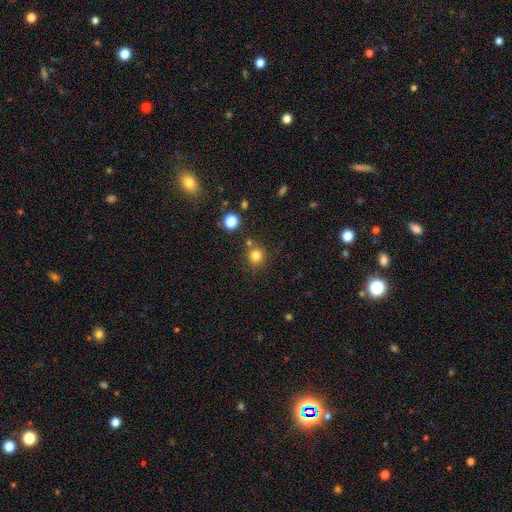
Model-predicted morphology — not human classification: A smooth galaxy with no disk features (80%) that is round (91%).

Vote fractions:
- Smooth or featured? smooth: 80% / star or artifact: 14% / featured or disk: 6%
- How rounded? round: 91% / in between: 9% / cigar-shaped: 1%
- Merging? none: 78% / merger: 11% / minor disturbance: 9% / major disturbance: 3%